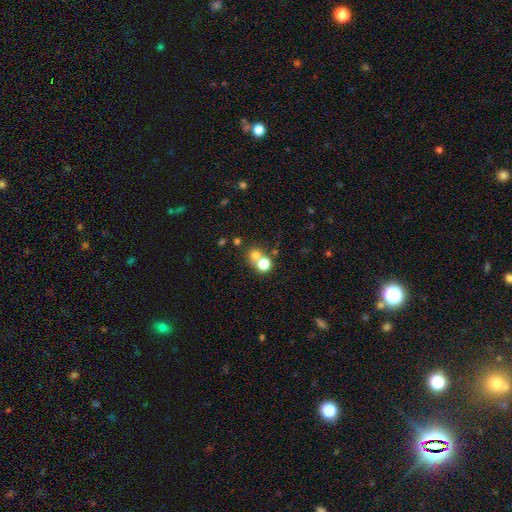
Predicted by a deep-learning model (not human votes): A smooth galaxy with no disk features (68%) that is round (84%). Merging: none (48%).